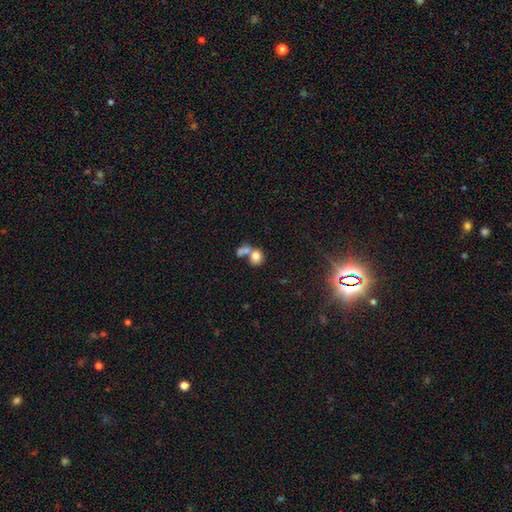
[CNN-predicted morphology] smooth-or-featured: smooth: 76% | featured or disk: 14% | star or artifact: 11%
  how-rounded: round: 65% | in between: 34% | cigar-shaped: 1%
  merging: merger: 55% | none: 32% | minor disturbance: 8% | major disturbance: 5%